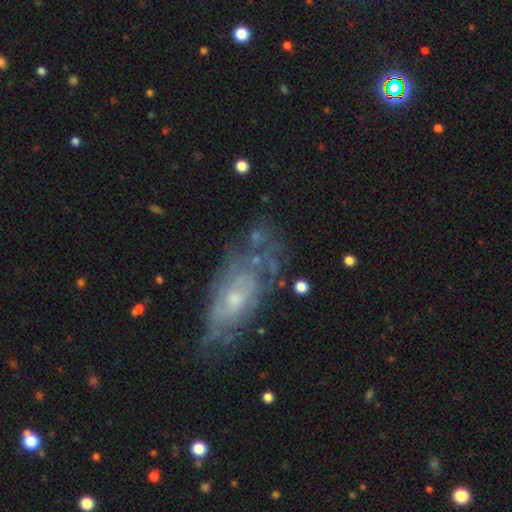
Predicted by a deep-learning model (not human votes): smooth-or-featured: featured or disk: 62% | smooth: 22% | star or artifact: 16%
  disk-edge-on: no: 84% | yes: 16%
    bar: no: 80% | weak: 16% | strong: 4%
    has-spiral-arms: yes: 66% | no: 34%
    bulge-size: small: 71% | moderate: 21% | none: 4% | large: 2% | dominant: 1%
  merging: none: 67% | minor disturbance: 20% | major disturbance: 10% | merger: 4%